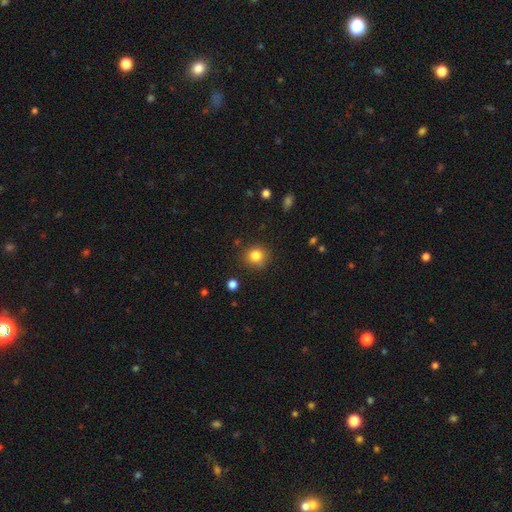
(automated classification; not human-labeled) Smooth or featured? Predicted: smooth (p=0.83). How rounded? Predicted: round (p=0.87). Merging? Predicted: none (p=0.85).